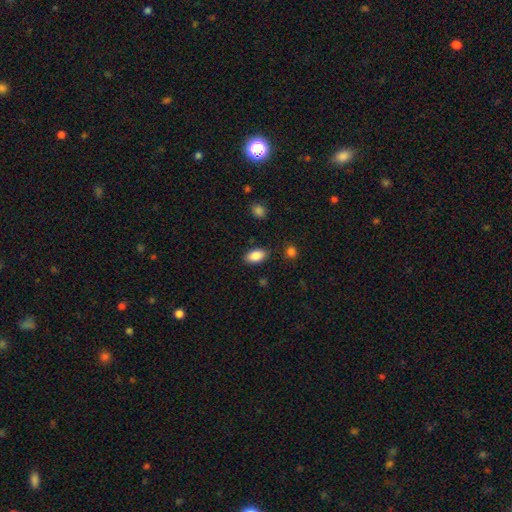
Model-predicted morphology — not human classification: Smooth or featured?
  - smooth: 87% *
  - star or artifact: 8%
  - featured or disk: 5%
How rounded?
  - in between: 93% *
  - round: 5%
  - cigar-shaped: 2%
Merging?
  - none: 86% *
  - minor disturbance: 10%
  - major disturbance: 3%
  - merger: 2%